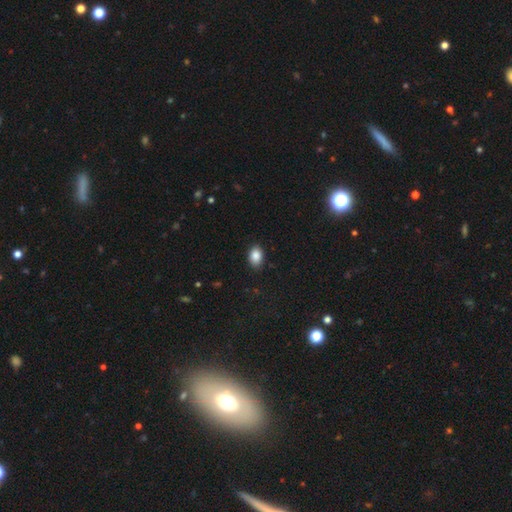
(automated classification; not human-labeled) A smooth galaxy with no disk features (87%) that is in between round and cigar-shaped (82%). Merging: none (87%).